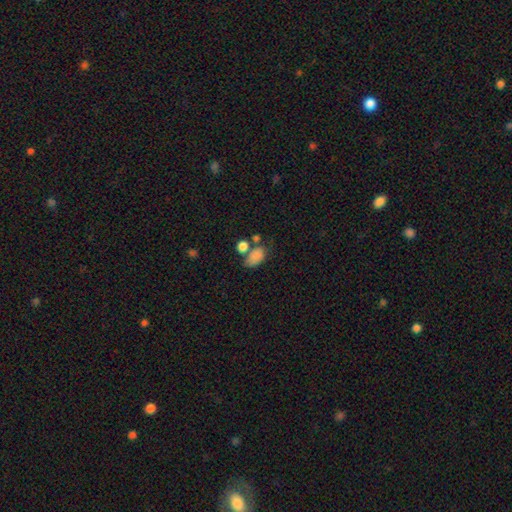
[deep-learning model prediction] This appears to be a smooth galaxy with no disk features (80%) that is in between round and cigar-shaped (82%). Merging: none (38%).